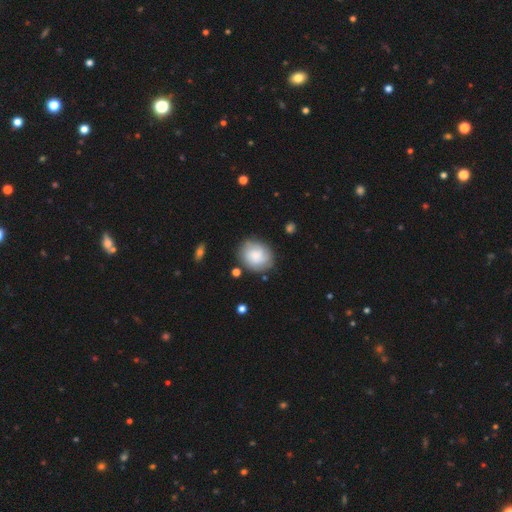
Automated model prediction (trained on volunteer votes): Smooth or featured?
  - smooth: 66% *
  - featured or disk: 26%
  - star or artifact: 7%
How rounded?
  - round: 64% *
  - in between: 35%
  - cigar-shaped: 1%
Merging?
  - none: 77% *
  - minor disturbance: 16%
  - major disturbance: 5%
  - merger: 3%